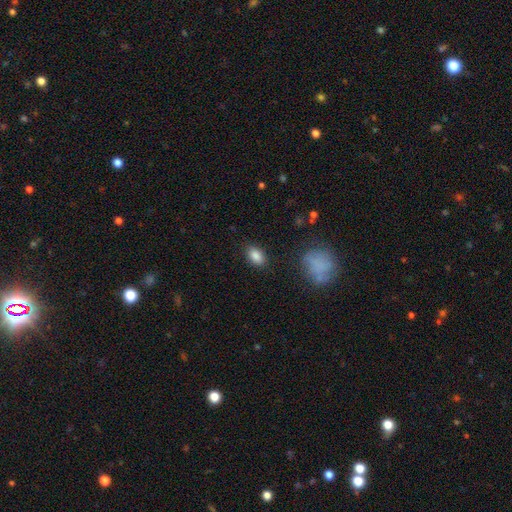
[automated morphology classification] Smooth or featured? Predicted: smooth (p=0.87). How rounded? Predicted: in between (p=0.87). Merging? Predicted: none (p=0.86).